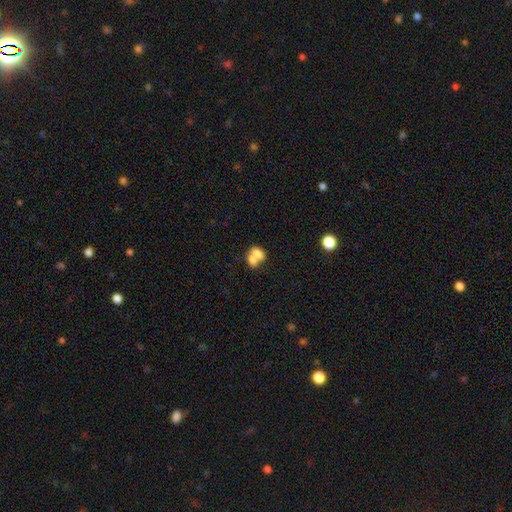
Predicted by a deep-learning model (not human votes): Smooth or featured?
  - smooth: 70% *
  - featured or disk: 21%
  - star or artifact: 9%
How rounded?
  - in between: 70% *
  - round: 28%
  - cigar-shaped: 2%
Merging?
  - merger: 70% *
  - none: 19%
  - minor disturbance: 6%
  - major disturbance: 4%